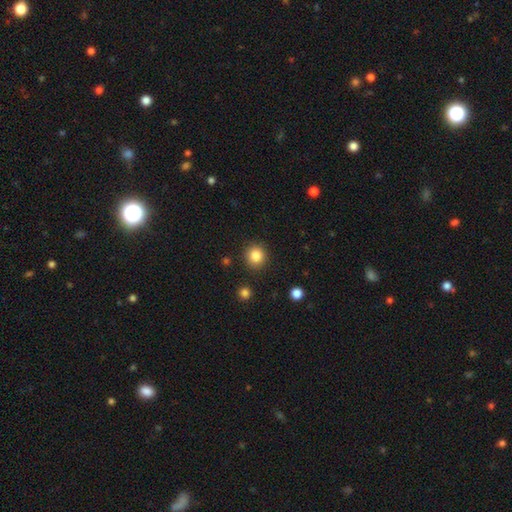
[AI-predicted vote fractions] A smooth galaxy with no disk features (85%) that is round (90%).

Vote fractions:
- Smooth or featured? smooth: 85% / star or artifact: 10% / featured or disk: 4%
- How rounded? round: 90% / in between: 9% / cigar-shaped: 1%
- Merging? none: 89% / minor disturbance: 7% / major disturbance: 2% / merger: 2%